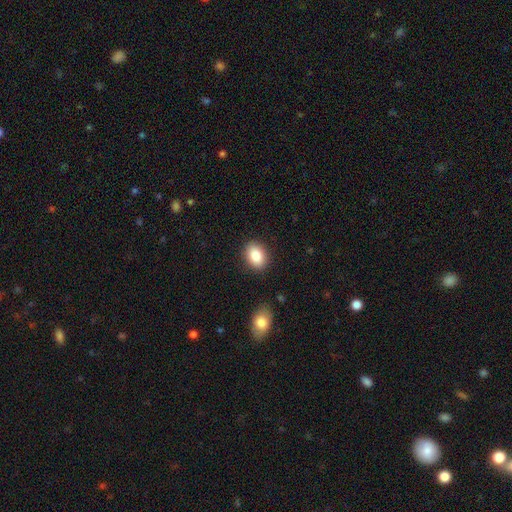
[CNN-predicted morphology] The model was most divided on "how rounded": in between: 74%, round: 25%, cigar-shaped: 1%. More confident: merging — none (87%); smooth or featured — smooth (87%).